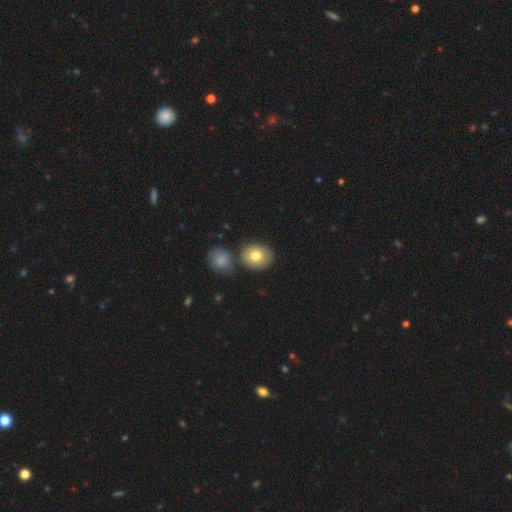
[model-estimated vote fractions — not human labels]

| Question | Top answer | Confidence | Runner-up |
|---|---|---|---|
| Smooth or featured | smooth | 79% | featured or disk (13%) |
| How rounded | round | 64% | in between (35%) |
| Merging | none | 71% | merger (16%) |